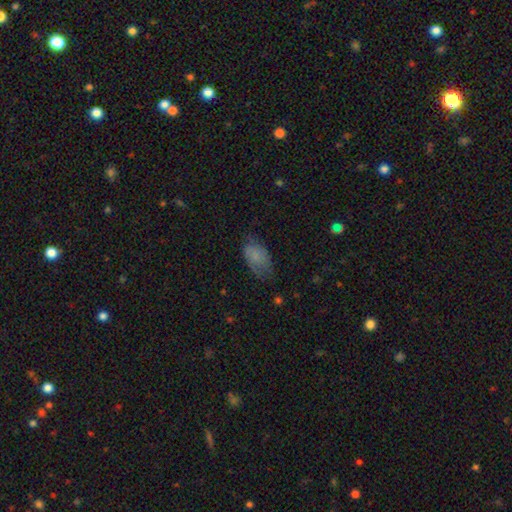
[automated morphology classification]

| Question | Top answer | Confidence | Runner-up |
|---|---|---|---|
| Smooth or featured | smooth | 72% | featured or disk (20%) |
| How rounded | in between | 92% | round (6%) |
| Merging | none | 55% | minor disturbance (31%) |